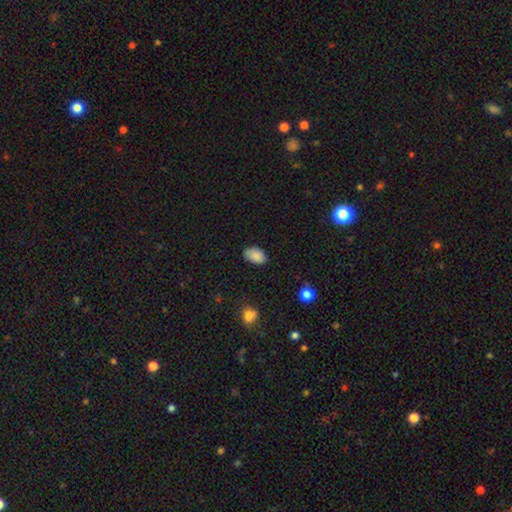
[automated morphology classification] A smooth galaxy with no disk features (87%) that is in between round and cigar-shaped (90%).

Vote fractions:
- Smooth or featured? smooth: 87% / star or artifact: 8% / featured or disk: 5%
- How rounded? in between: 90% / round: 9% / cigar-shaped: 1%
- Merging? none: 81% / minor disturbance: 15% / major disturbance: 3% / merger: 1%